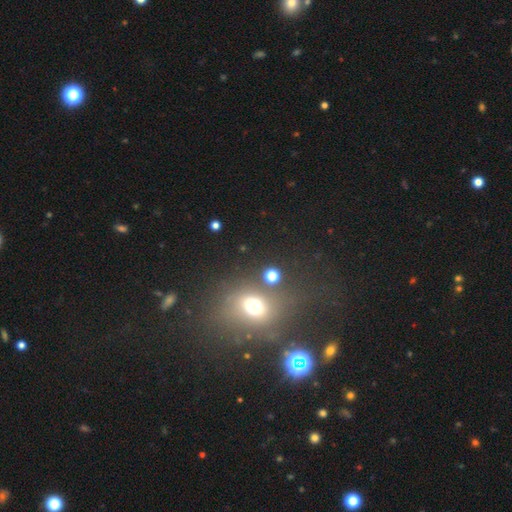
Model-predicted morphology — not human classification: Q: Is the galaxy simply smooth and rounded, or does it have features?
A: smooth — 46%.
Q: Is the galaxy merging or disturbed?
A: none — 71%.